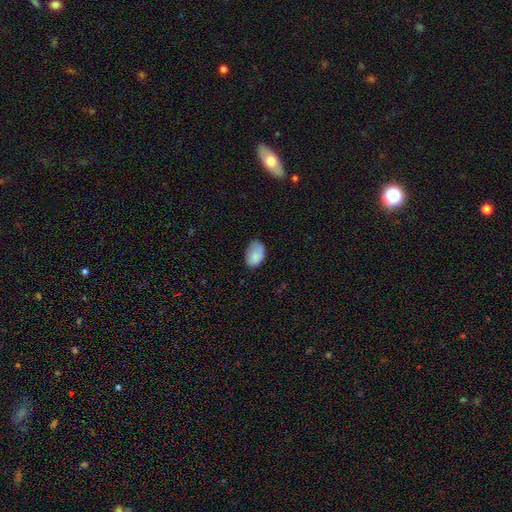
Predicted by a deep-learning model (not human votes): Smooth or featured? smooth (85%)
How rounded? in between (86%)
Merging? none (61%)